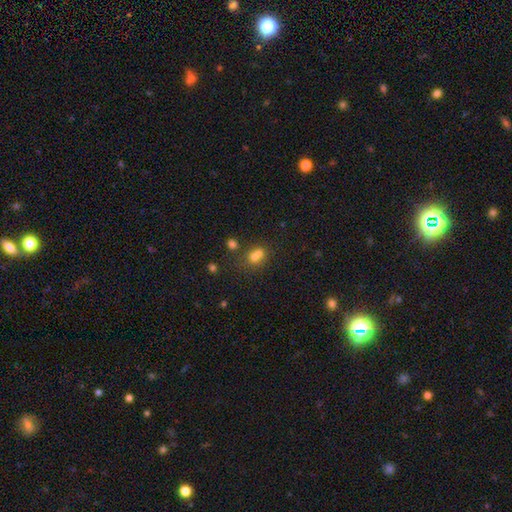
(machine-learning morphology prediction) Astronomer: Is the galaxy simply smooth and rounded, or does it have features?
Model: smooth — 67%.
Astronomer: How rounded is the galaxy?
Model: round — 67%.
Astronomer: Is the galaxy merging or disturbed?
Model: merger — 56% (runner-up: none, 33%).